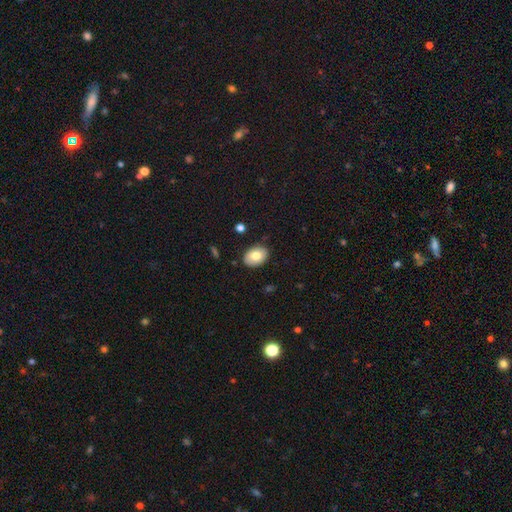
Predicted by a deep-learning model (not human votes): smooth 73%, featured or disk 21%, star or artifact 7%. Down the decision tree: how rounded — in between (78%); merging — none (86%).